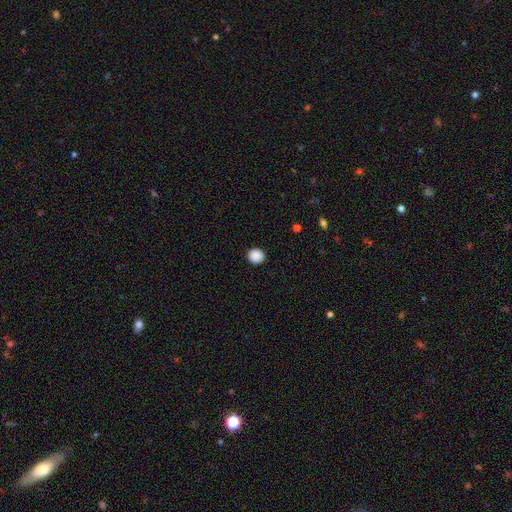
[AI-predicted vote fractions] smooth-or-featured: smooth: 89% | star or artifact: 9% | featured or disk: 2%
  how-rounded: round: 89% | in between: 10% | cigar-shaped: 1%
  merging: none: 93% | minor disturbance: 5% | major disturbance: 2% | merger: 1%